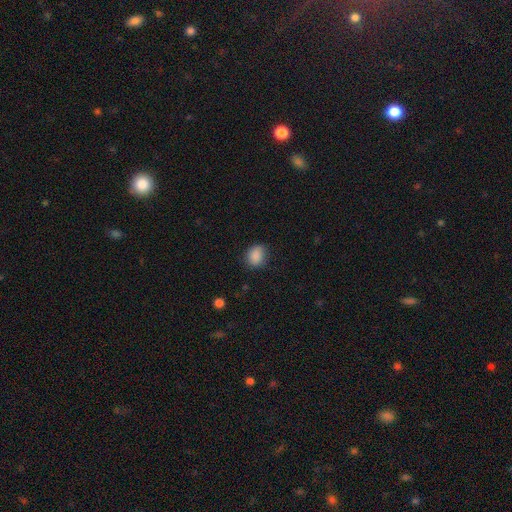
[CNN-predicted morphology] Smooth or featured? Predicted: smooth (p=0.87). How rounded? Predicted: round (p=0.53). Merging? Predicted: none (p=0.80).